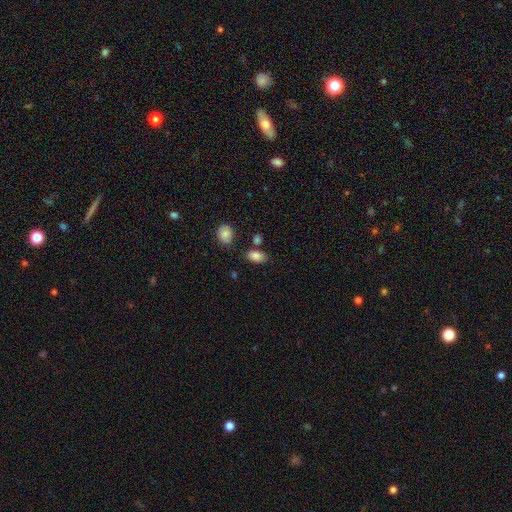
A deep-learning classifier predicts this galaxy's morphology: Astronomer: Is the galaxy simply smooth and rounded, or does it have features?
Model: smooth — 85%.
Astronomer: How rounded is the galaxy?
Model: in between — 91%.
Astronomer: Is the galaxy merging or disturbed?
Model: none — 73%.